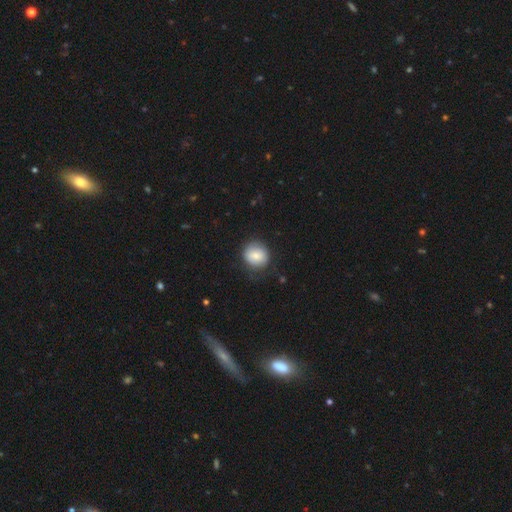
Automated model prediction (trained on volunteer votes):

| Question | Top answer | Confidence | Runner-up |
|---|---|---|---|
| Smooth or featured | smooth | 80% | featured or disk (13%) |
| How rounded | round | 85% | in between (15%) |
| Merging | none | 75% | minor disturbance (18%) |